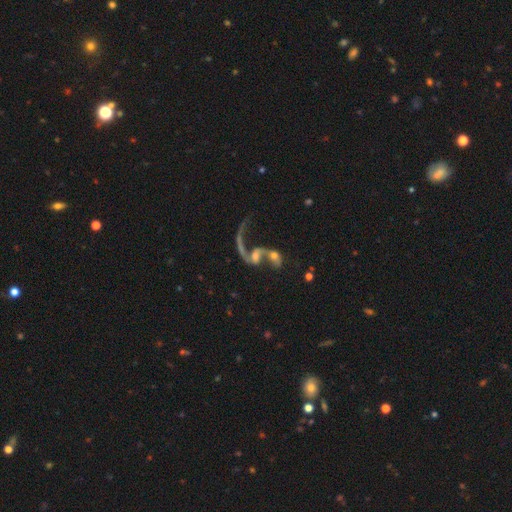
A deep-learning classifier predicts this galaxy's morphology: The model was most divided on "bulge size": moderate: 37%, small: 36%, none: 16%, large: 8%, dominant: 3%. Remaining: edge-on disk — no (95%); spiral winding — loose (86%); spiral arms — yes (77%); smooth or featured — featured or disk (76%); merging — merger (66%); bar — no (57%); spiral arm count — 2 (48%).